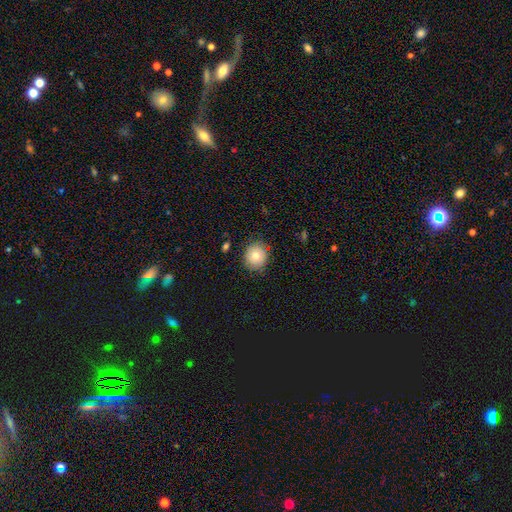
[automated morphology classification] smooth-or-featured: smooth: 76% | featured or disk: 14% | star or artifact: 10%
  how-rounded: round: 82% | in between: 17% | cigar-shaped: 1%
  merging: none: 85% | minor disturbance: 11% | major disturbance: 3% | merger: 2%